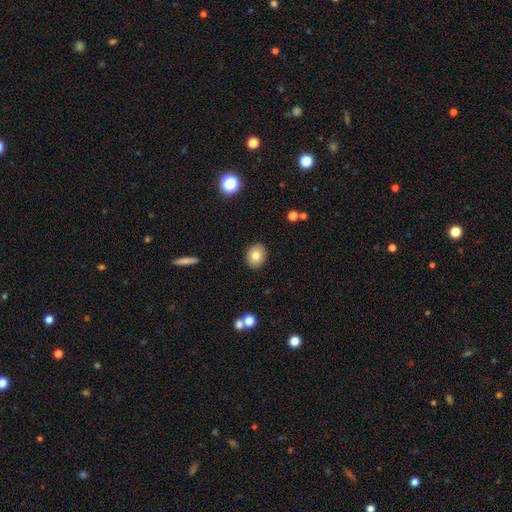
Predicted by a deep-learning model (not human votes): Morphology: type=smooth (79%); roundness=round (65%); merging=none (91%).